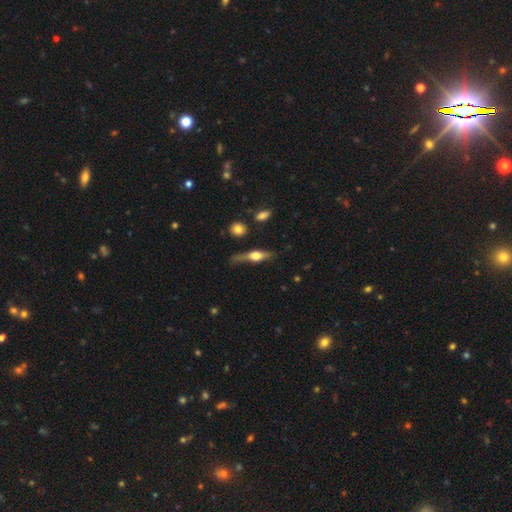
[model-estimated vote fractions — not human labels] This is likely a featured or disk galaxy (61%). It is clearly viewed edge-on (93%). Edge-on bulge: clearly rounded (92%). Merging: likely none (66%).